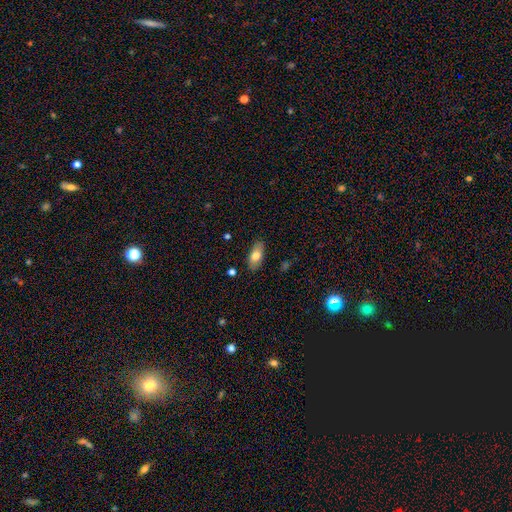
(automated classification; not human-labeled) Smooth or featured: smooth — 76% (featured or disk — 17%)
How rounded: in between — 88% (cigar-shaped — 8%)
Merging: none — 86% (minor disturbance — 11%)